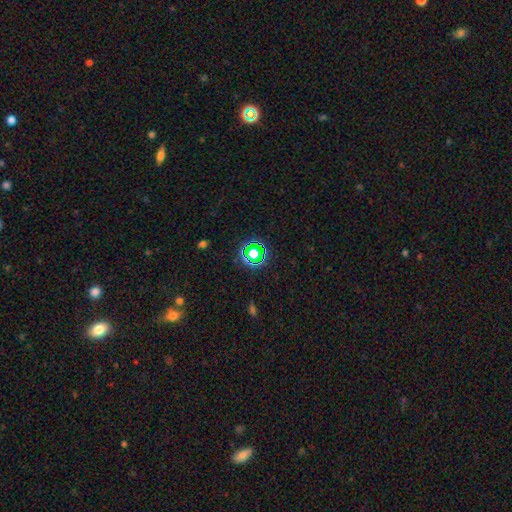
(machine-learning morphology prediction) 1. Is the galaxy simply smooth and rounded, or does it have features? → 62% star or artifact, 27% smooth, 12% featured or disk.